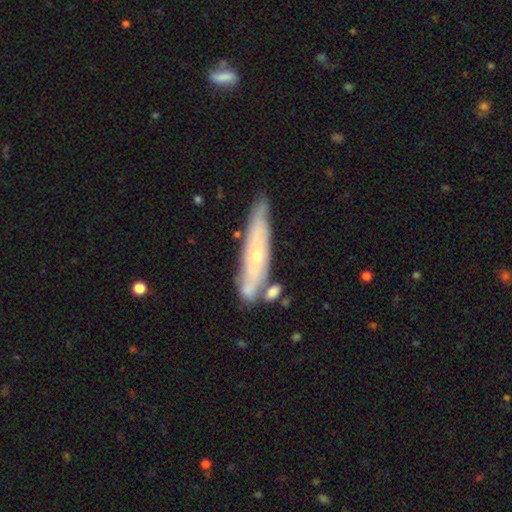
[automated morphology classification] smooth_or_featured: featured or disk (p=0.55) [alt: smooth p=0.39]
disk_edge_on: yes (p=0.59) [alt: no p=0.41]
merging: none (p=0.65) [alt: minor disturbance p=0.19]